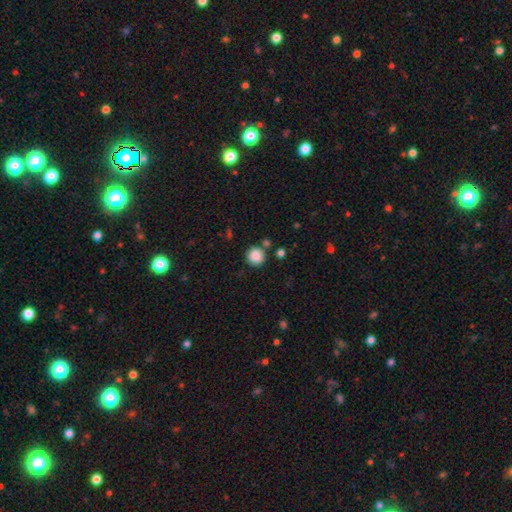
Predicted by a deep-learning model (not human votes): smooth-or-featured: smooth: 86% | star or artifact: 9% | featured or disk: 4%
  how-rounded: round: 91% | in between: 8% | cigar-shaped: 1%
  merging: none: 79% | minor disturbance: 10% | merger: 8% | major disturbance: 3%